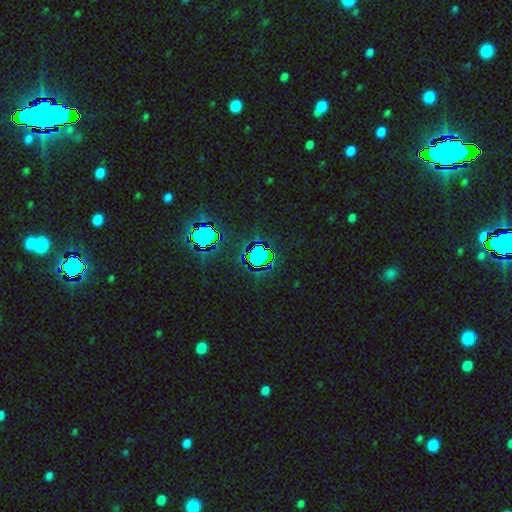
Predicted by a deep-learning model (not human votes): Smooth or featured? star or artifact (77%)